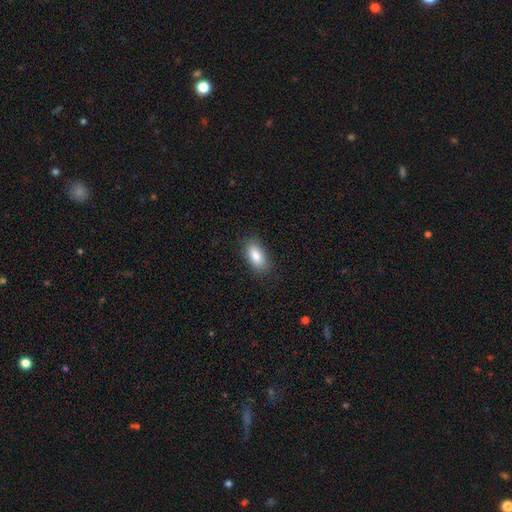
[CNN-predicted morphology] smooth-or-featured: smooth: 85% | featured or disk: 7% | star or artifact: 7%
  how-rounded: in between: 90% | cigar-shaped: 7% | round: 3%
  merging: none: 87% | minor disturbance: 10% | major disturbance: 3% | merger: 1%